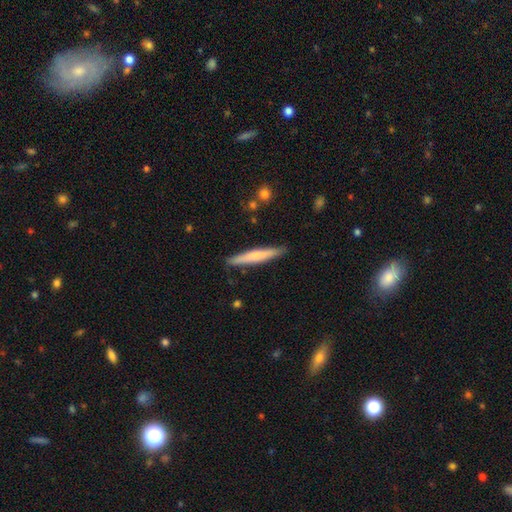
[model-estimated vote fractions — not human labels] Overall: smooth (62%; featured or disk 33%). How rounded: cigar-shaped (94%). Merging: none (88%).